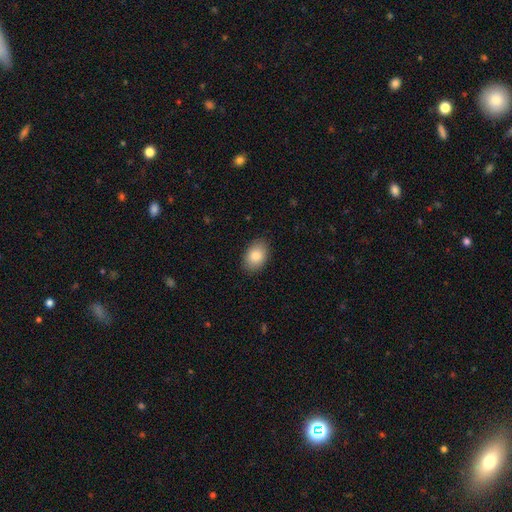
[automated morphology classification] type=smooth (85%); roundness=in between (83%); merging=none (88%).